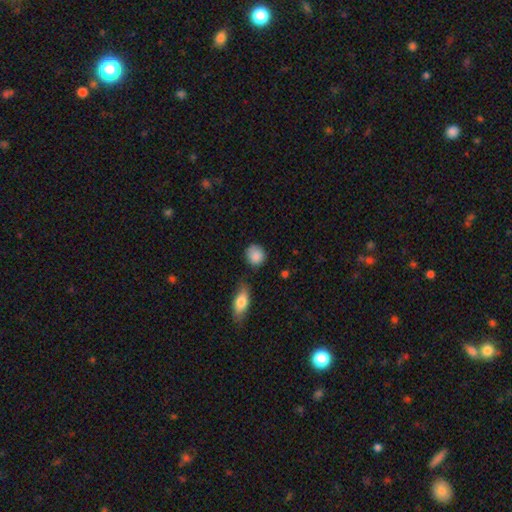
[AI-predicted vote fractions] smooth_or_featured: smooth (p=0.87) [alt: star or artifact p=0.07]
how_rounded: round (p=0.77) [alt: in between p=0.22]
merging: none (p=0.70) [alt: minor disturbance p=0.21]